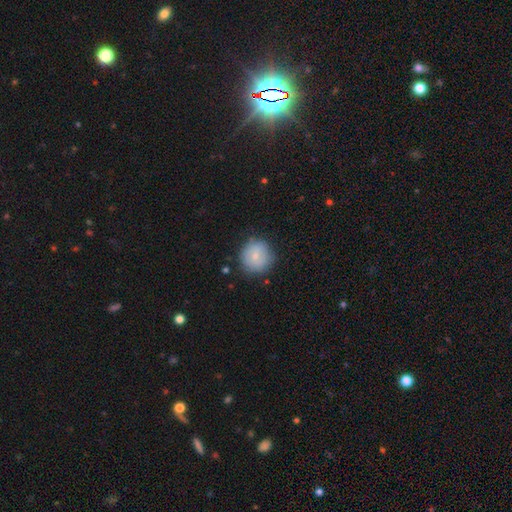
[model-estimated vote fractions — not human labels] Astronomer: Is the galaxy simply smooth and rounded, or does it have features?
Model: smooth — 76%.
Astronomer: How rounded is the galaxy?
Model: round — 92%.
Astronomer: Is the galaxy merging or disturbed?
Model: none — 80%.